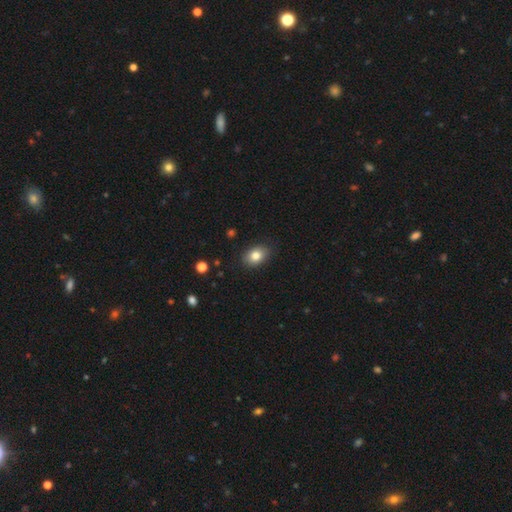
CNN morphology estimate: A smooth galaxy with no disk features (82%) that is in between round and cigar-shaped (76%). Merging: none (86%).